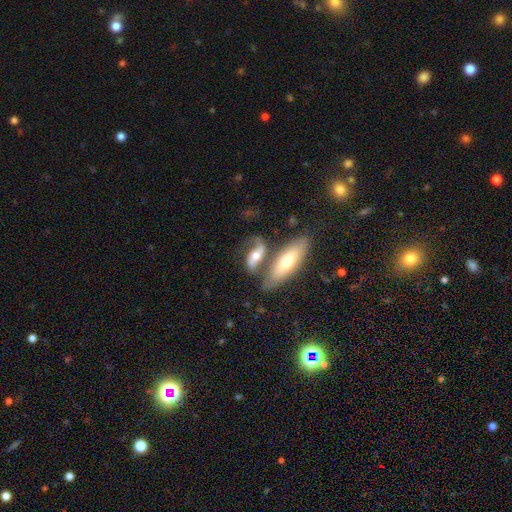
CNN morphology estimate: This is possibly a featured or disk galaxy (56%). It is likely not viewed edge-on (78%). Merging: marginally none (40%).